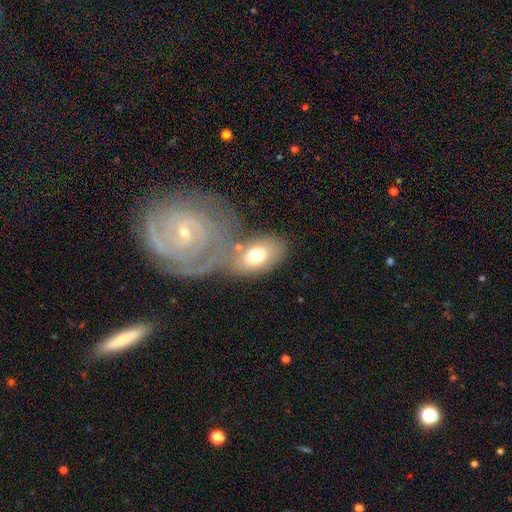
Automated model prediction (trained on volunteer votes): smooth 64%, featured or disk 29%, star or artifact 7%. Down the decision tree: how rounded — in between (86%); merging — none (46%).